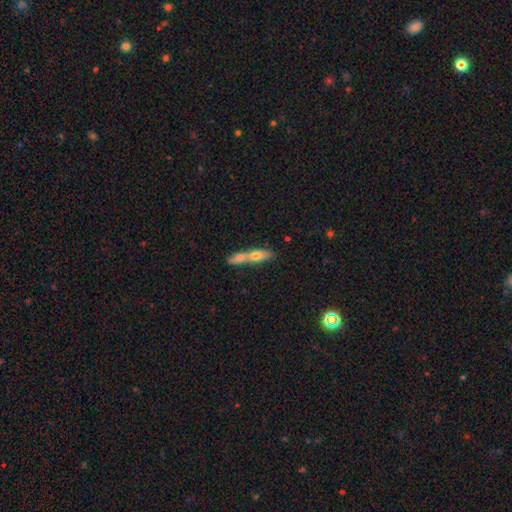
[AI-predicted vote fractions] Smooth or featured? Predicted: smooth (p=0.62). How rounded? Predicted: cigar-shaped (p=0.58). Merging? Predicted: merger (p=0.62).